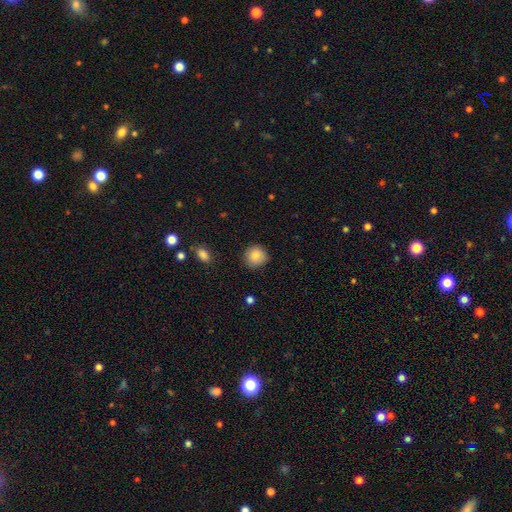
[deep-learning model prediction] Smooth or featured: smooth — 85% (star or artifact — 9%)
How rounded: round — 90% (in between — 9%)
Merging: none — 86% (minor disturbance — 11%)